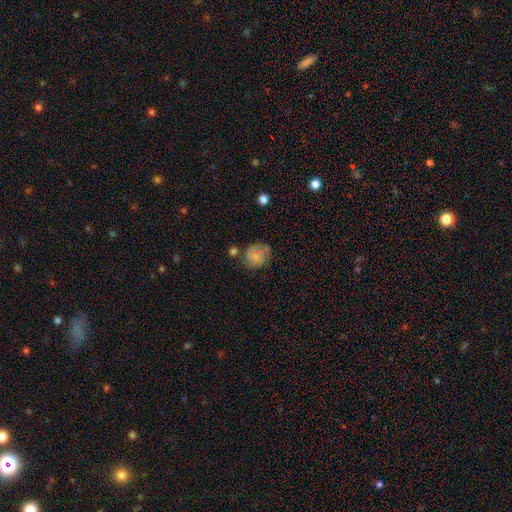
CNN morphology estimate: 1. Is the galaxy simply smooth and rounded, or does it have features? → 68% smooth, 20% featured or disk, 12% star or artifact.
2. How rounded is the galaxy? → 77% round, 22% in between, 1% cigar-shaped.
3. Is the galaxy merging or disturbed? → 64% none, 20% minor disturbance, 8% major disturbance, 7% merger.